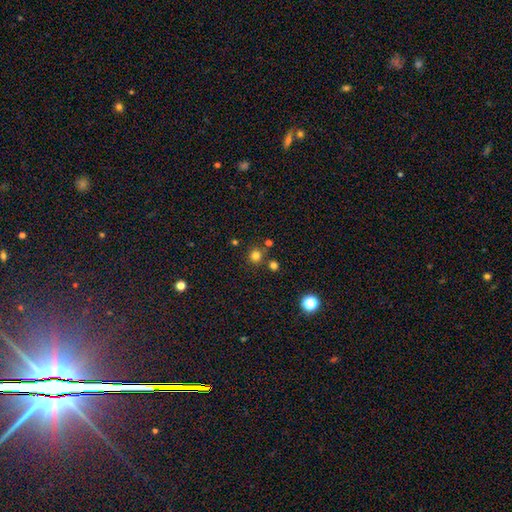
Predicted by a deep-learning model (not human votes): This appears to be a smooth galaxy with no disk features (77%) that is round (92%). Merging: none (80%).